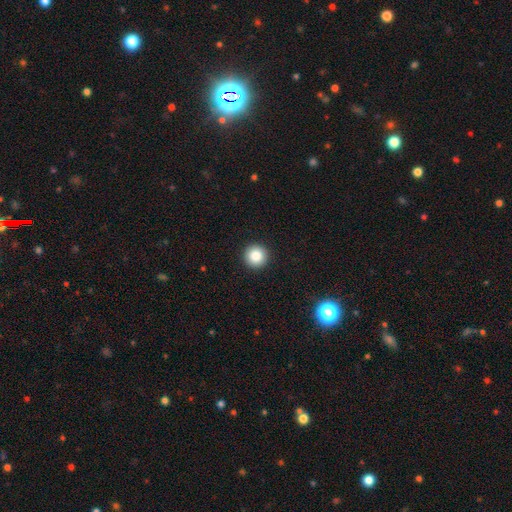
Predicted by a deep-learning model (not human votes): This appears to be a smooth galaxy with no disk features (86%) that is round (96%). Merging: none (93%).